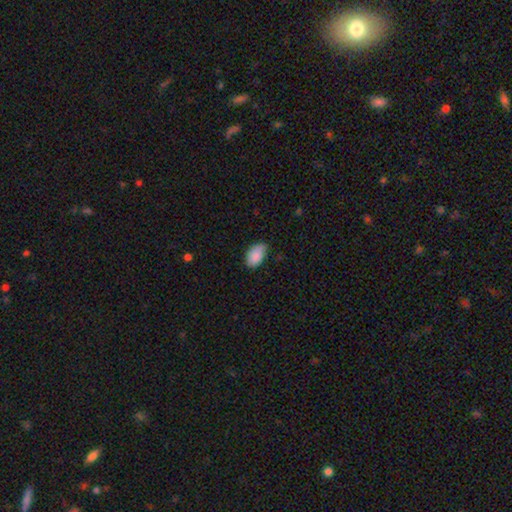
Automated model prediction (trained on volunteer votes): Smooth or featured? smooth (88%)
How rounded? in between (92%)
Merging? none (66%)